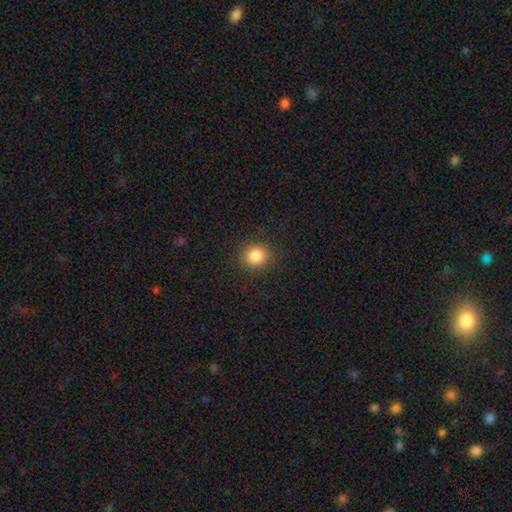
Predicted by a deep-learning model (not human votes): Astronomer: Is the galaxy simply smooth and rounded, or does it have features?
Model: smooth — 85%.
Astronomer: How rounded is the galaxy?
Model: round — 81%.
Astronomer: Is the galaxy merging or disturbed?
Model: none — 90%.